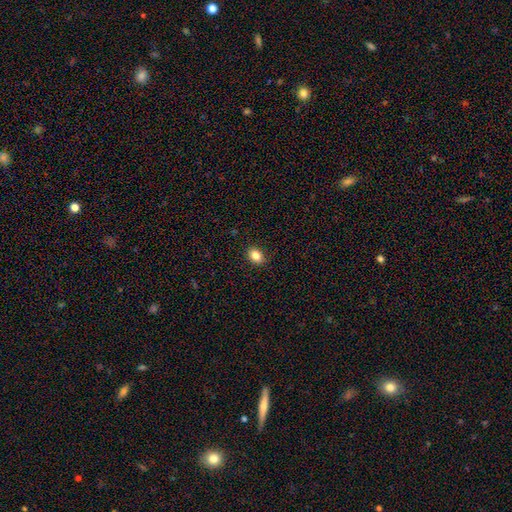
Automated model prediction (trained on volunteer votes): Smooth or featured? Predicted: smooth (p=0.85). How rounded? Predicted: in between (p=0.73). Merging? Predicted: none (p=0.90).